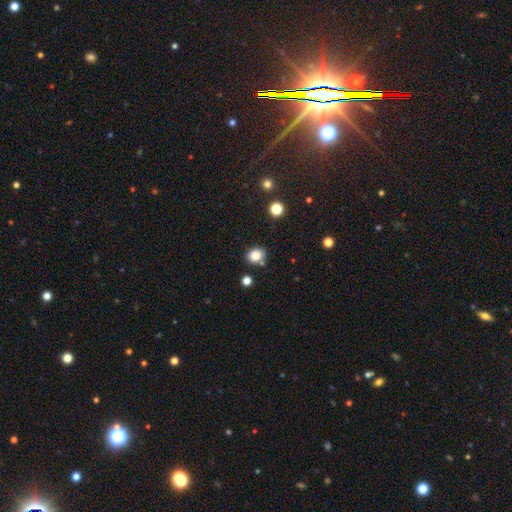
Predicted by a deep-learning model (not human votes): Smooth or featured?
  - smooth: 83% *
  - star or artifact: 11%
  - featured or disk: 6%
How rounded?
  - round: 56% *
  - in between: 43%
  - cigar-shaped: 1%
Merging?
  - none: 75% *
  - minor disturbance: 13%
  - merger: 8%
  - major disturbance: 3%